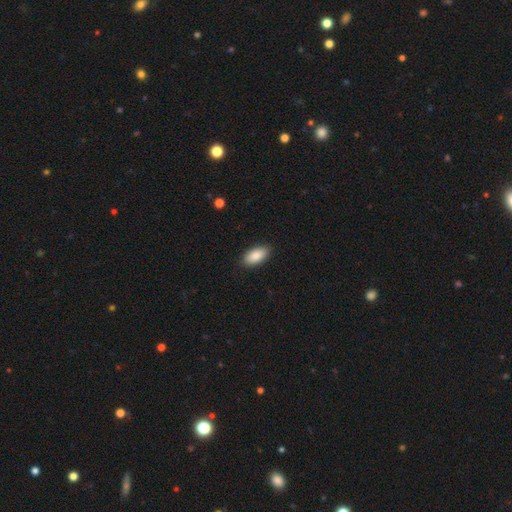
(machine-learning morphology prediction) This is clearly a smooth galaxy (87%). How rounded: clearly in between (93%). Merging: clearly none (88%).